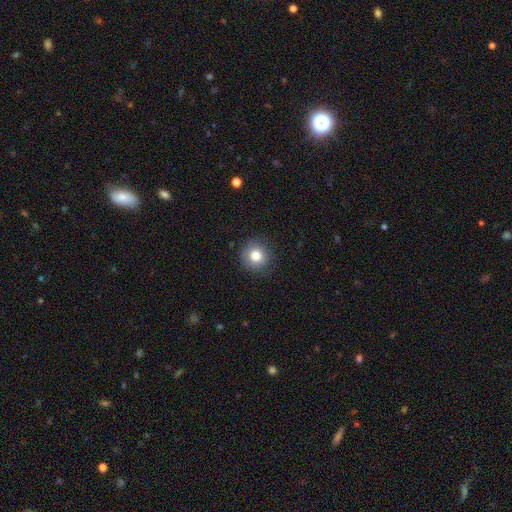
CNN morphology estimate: A smooth galaxy with no disk features (81%) that is round (92%). Merging: none (86%).